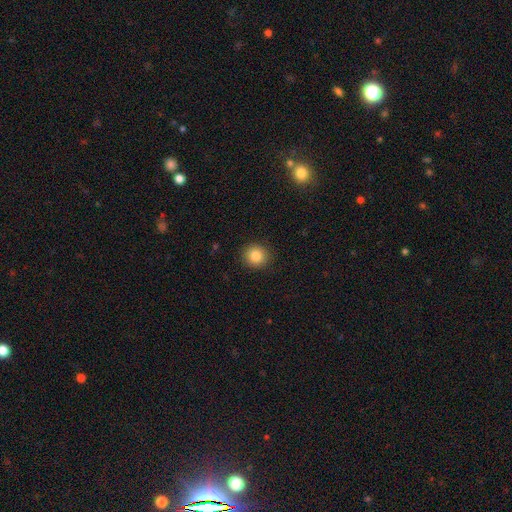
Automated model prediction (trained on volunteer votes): Smooth or featured? Predicted: smooth (p=0.84). How rounded? Predicted: round (p=0.89). Merging? Predicted: none (p=0.91).